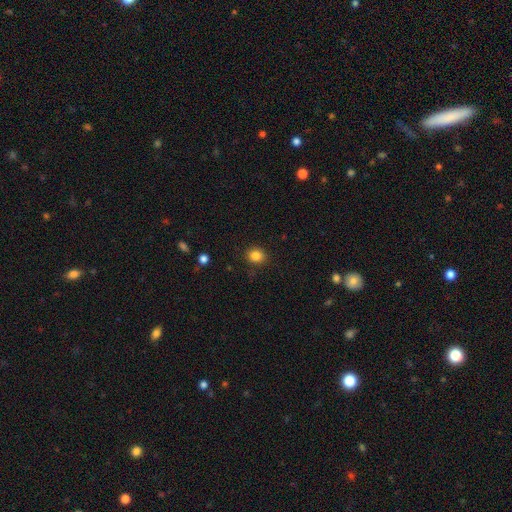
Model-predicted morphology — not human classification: Smooth or featured: smooth — 84% (star or artifact — 11%)
How rounded: round — 77% (in between — 22%)
Merging: none — 89% (minor disturbance — 8%)